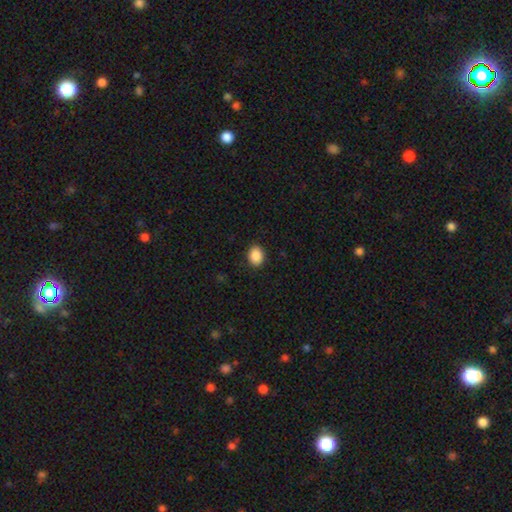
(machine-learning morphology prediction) This is clearly a smooth galaxy (89%). How rounded: possibly in between (53%). Merging: clearly none (90%).